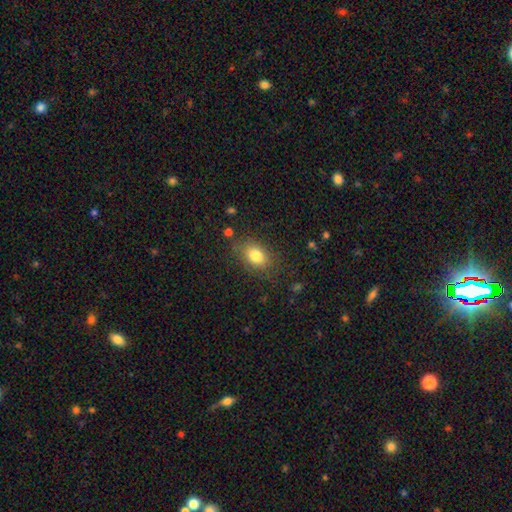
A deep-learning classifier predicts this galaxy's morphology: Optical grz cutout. It shows a smooth galaxy with no disk features (80%) that is in between round and cigar-shaped (77%). Merging: none (79%).